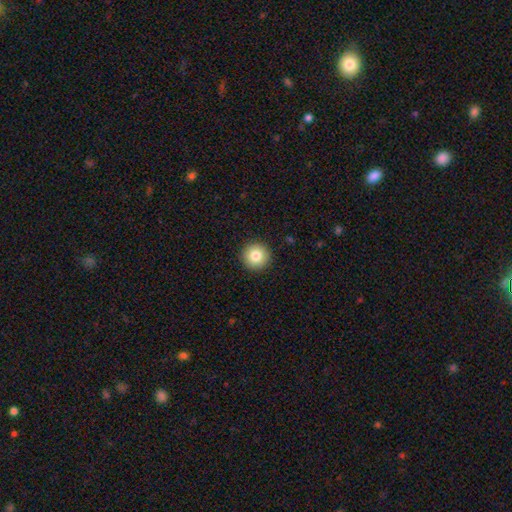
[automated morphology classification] This is clearly a smooth galaxy (82%). How rounded: clearly round (96%). Merging: clearly none (93%).